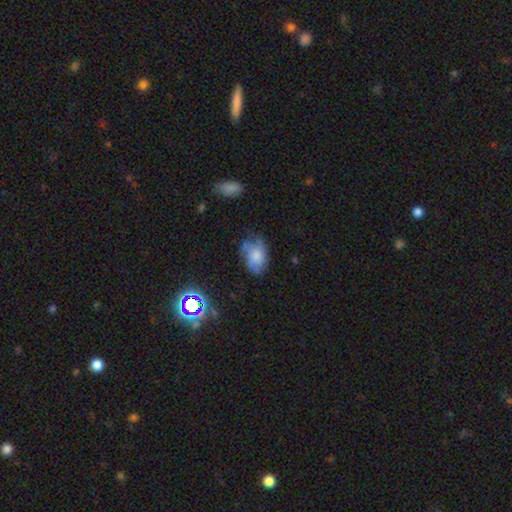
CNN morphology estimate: Smooth or featured? smooth (63%)
How rounded? in between (82%)
Merging? none (47%)